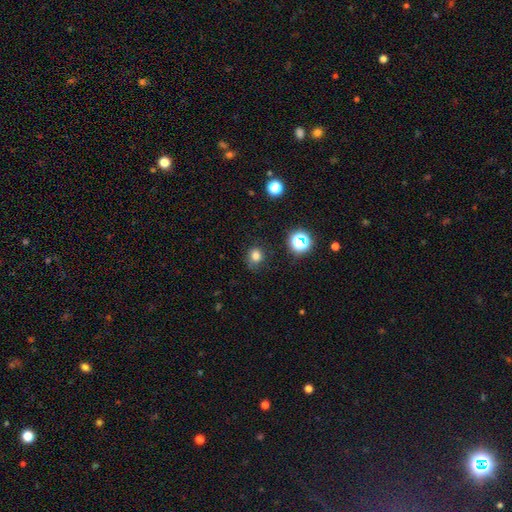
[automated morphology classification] The model was most divided on "how rounded": round: 76%, in between: 23%, cigar-shaped: 1%. More confident: merging — none (78%); smooth or featured — smooth (78%).